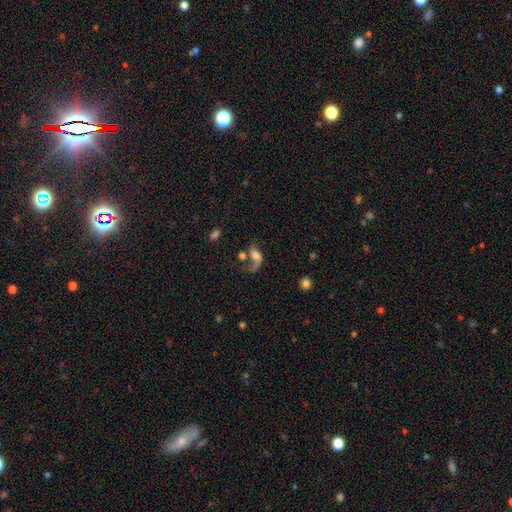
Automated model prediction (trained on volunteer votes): Smooth or featured? Predicted: featured or disk (p=0.52). Edge-on disk? Predicted: no (p=0.95). Merging? Predicted: major disturbance (p=0.38).